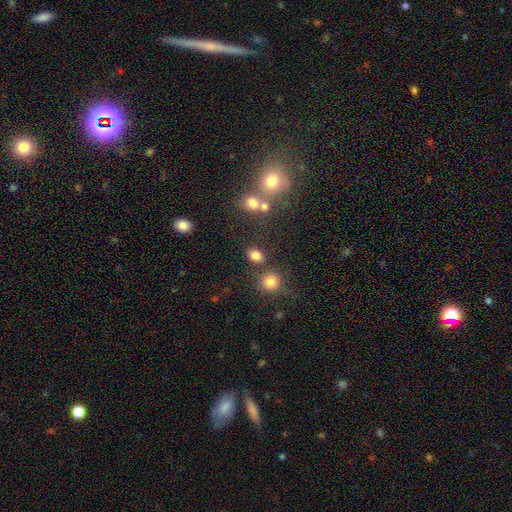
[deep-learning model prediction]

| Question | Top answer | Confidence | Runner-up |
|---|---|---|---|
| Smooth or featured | smooth | 81% | star or artifact (13%) |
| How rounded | in between | 57% | round (42%) |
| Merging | none | 71% | merger (12%) |